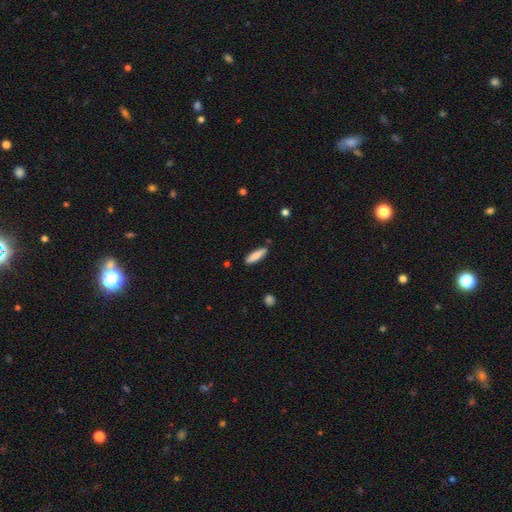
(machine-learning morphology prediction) Overall: smooth (85%). How rounded: cigar-shaped (67%; in between 32%). Merging: none (86%).